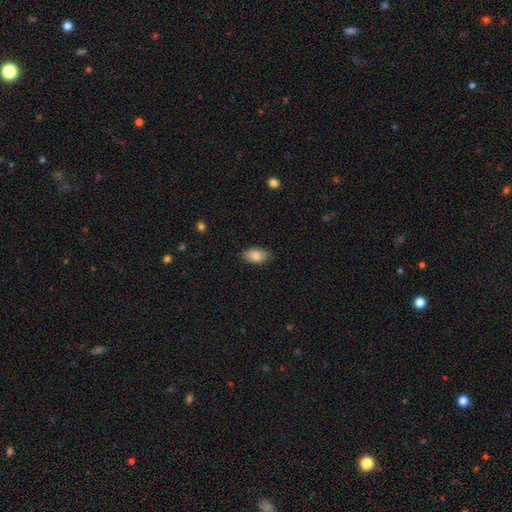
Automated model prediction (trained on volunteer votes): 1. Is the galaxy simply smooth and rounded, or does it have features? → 84% smooth, 9% featured or disk, 7% star or artifact.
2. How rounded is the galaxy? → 93% in between, 5% round, 2% cigar-shaped.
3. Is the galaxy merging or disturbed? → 84% none, 12% minor disturbance, 2% major disturbance, 1% merger.